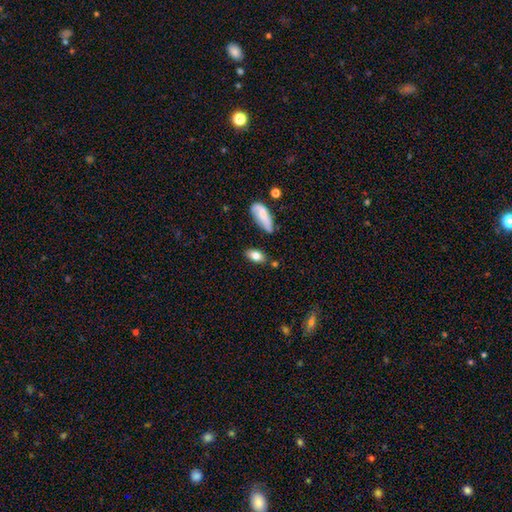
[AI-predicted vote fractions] Overall: smooth (78%). How rounded: in between (87%). Merging: none (75%).